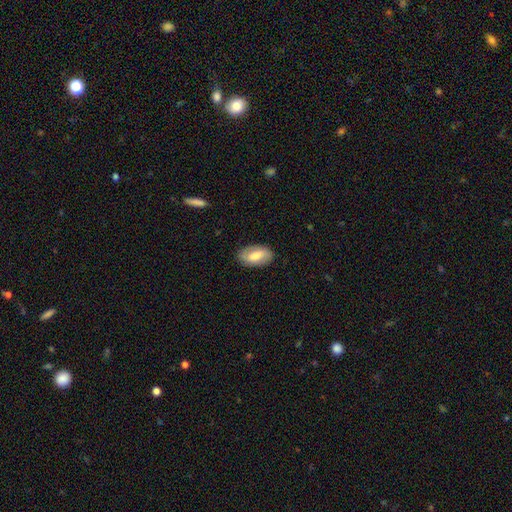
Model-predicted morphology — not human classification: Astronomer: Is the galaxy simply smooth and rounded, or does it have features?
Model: smooth — 58% (runner-up: featured or disk, 36%).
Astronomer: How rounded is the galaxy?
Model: in between — 93%.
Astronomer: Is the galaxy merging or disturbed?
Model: none — 85%.